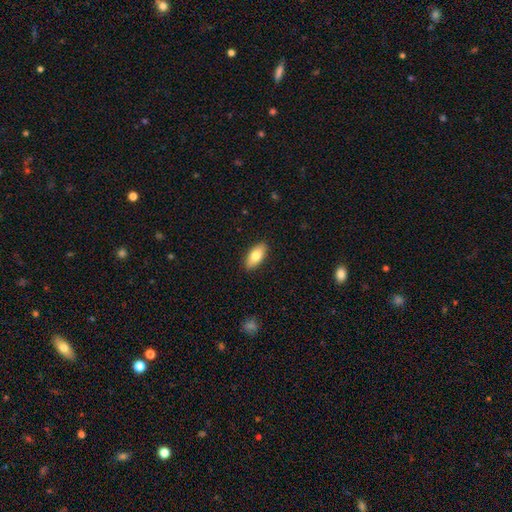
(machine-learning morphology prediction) smooth-or-featured: smooth: 78% | featured or disk: 15% | star or artifact: 6%
  how-rounded: in between: 89% | cigar-shaped: 9% | round: 3%
  merging: none: 90% | minor disturbance: 8% | major disturbance: 2% | merger: 1%